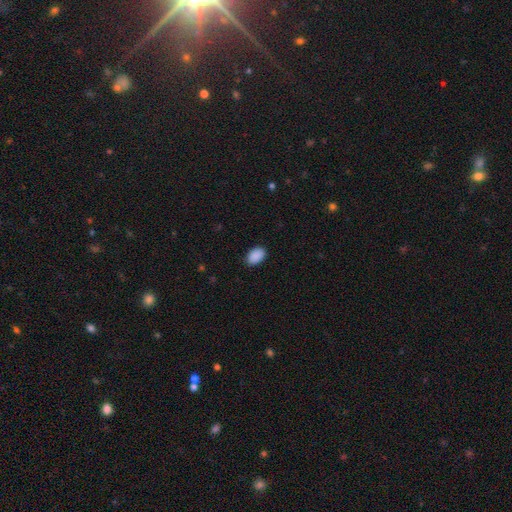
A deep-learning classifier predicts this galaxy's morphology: smooth-or-featured: smooth: 91% | star or artifact: 7% | featured or disk: 2%
  how-rounded: in between: 89% | round: 10% | cigar-shaped: 1%
  merging: none: 88% | minor disturbance: 9% | major disturbance: 2% | merger: 1%